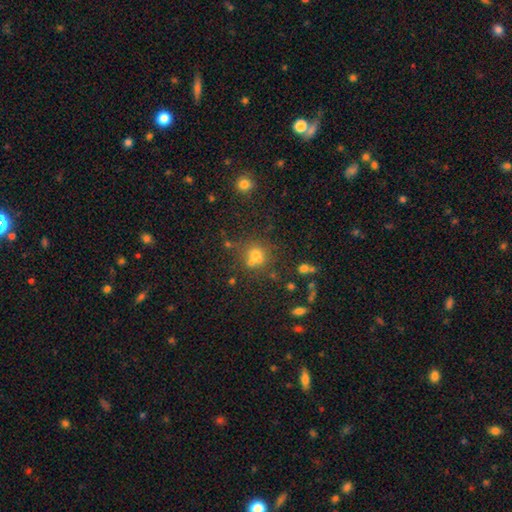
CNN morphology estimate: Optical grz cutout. It shows a smooth galaxy with no disk features (62%) that is round (82%). Merging: none (50%).